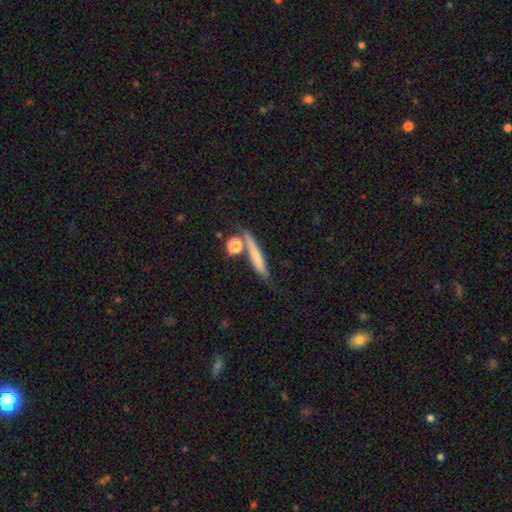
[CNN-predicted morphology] type=smooth (61%); roundness=cigar-shaped (79%); merging=none (61%).